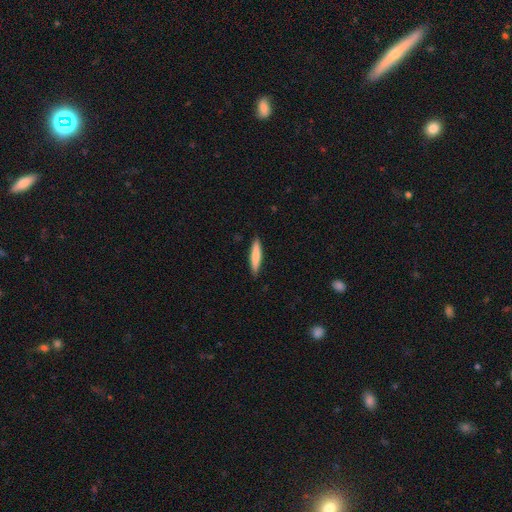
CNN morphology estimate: smooth_or_featured: smooth (p=0.76) [alt: featured or disk p=0.19]
how_rounded: cigar-shaped (p=0.88) [alt: in between p=0.11]
merging: none (p=0.89) [alt: minor disturbance p=0.08]